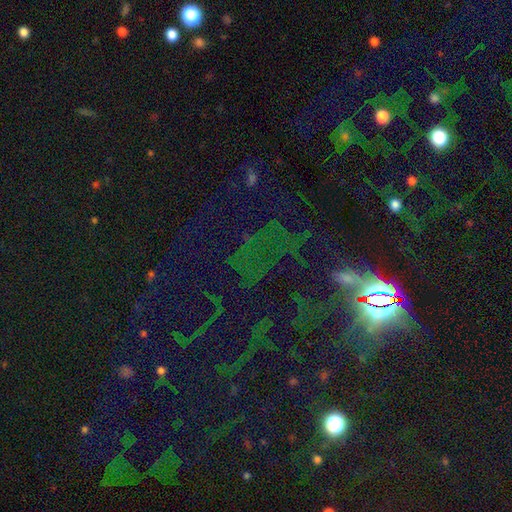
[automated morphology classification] Smooth or featured? star or artifact (78%)